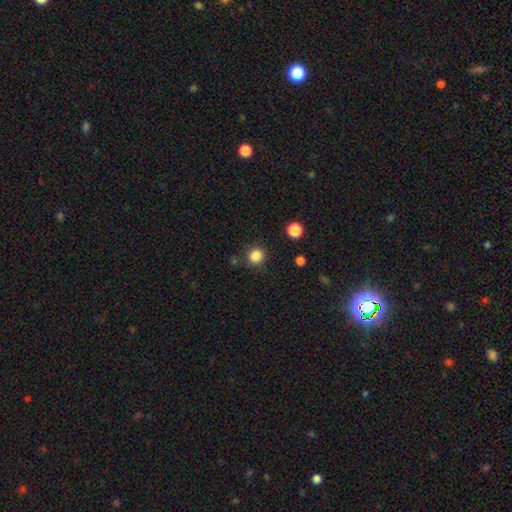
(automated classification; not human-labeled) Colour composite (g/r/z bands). It shows a smooth galaxy with no disk features (85%) that is round (90%). Merging: none (87%).